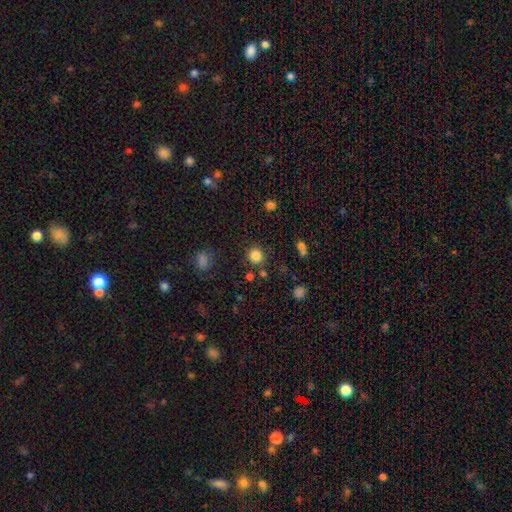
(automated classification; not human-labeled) smooth-or-featured: smooth: 83% | star or artifact: 13% | featured or disk: 4%
  how-rounded: round: 93% | in between: 6% | cigar-shaped: 1%
  merging: none: 85% | minor disturbance: 7% | merger: 4% | major disturbance: 3%